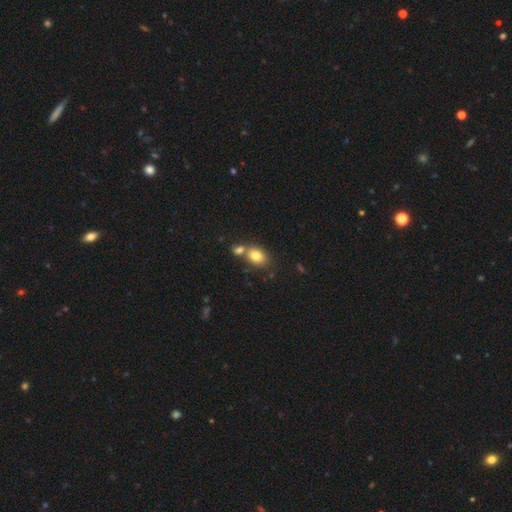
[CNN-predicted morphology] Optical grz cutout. It shows a smooth galaxy with no disk features (80%) that is in between round and cigar-shaped (74%). Merging: none (46%).